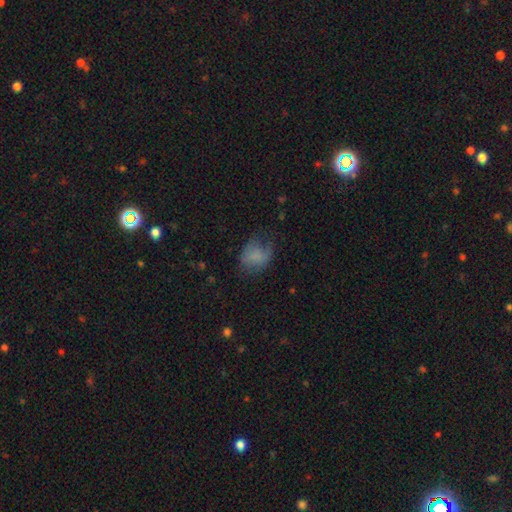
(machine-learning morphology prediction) Smooth or featured? Predicted: smooth (p=0.69). How rounded? Predicted: in between (p=0.59). Merging? Predicted: none (p=0.43).